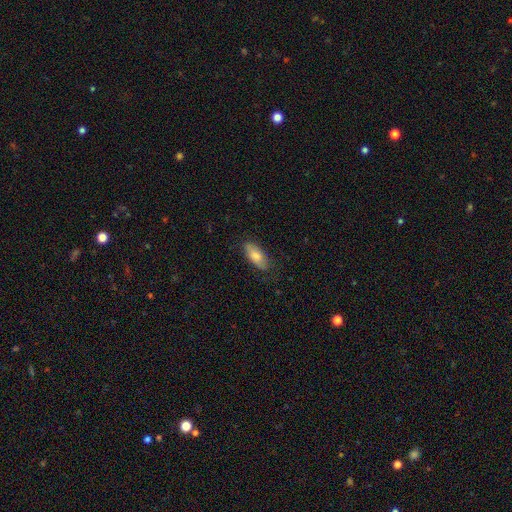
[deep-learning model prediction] Smooth or featured?
  - smooth: 76% *
  - featured or disk: 18%
  - star or artifact: 6%
How rounded?
  - in between: 84% *
  - cigar-shaped: 14%
  - round: 2%
Merging?
  - none: 75% *
  - minor disturbance: 19%
  - major disturbance: 5%
  - merger: 1%